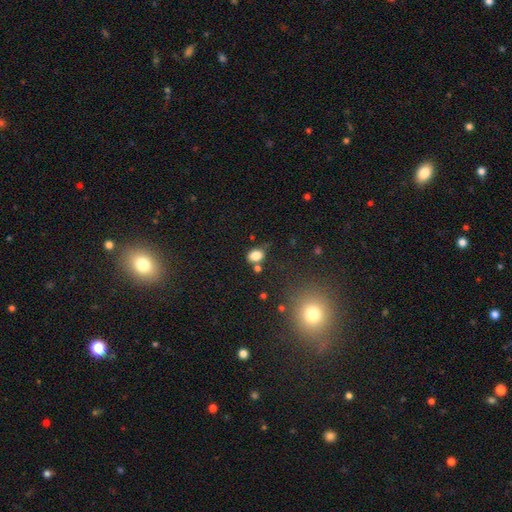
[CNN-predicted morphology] The model was most divided on "merging": none: 55%, minor disturbance: 24%, merger: 13%, major disturbance: 7%. More confident: smooth or featured — smooth (82%); how rounded — in between (66%).